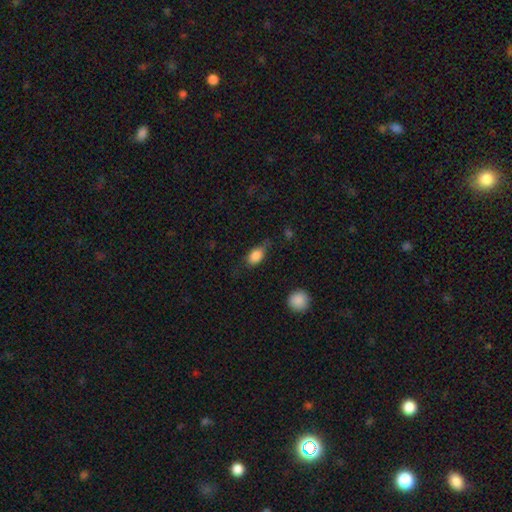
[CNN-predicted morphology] type=smooth (82%); roundness=in between (85%); merging=none (59%).